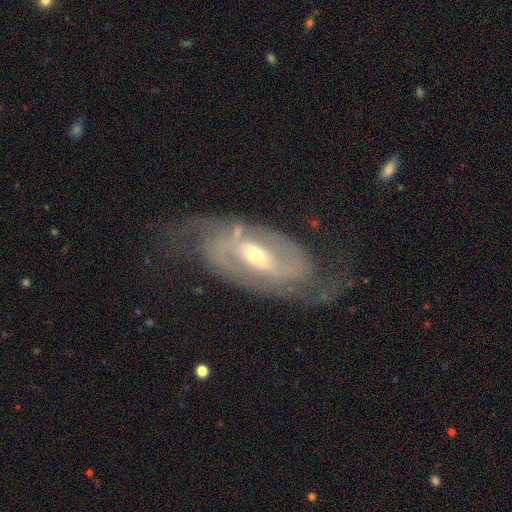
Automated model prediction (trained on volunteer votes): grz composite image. It shows a featured or disk galaxy (87%) with a weak bar (41%), 2 (76%) medium (43%) spiral arms (94%) and a moderate central bulge (49%). Merging: none (66%).